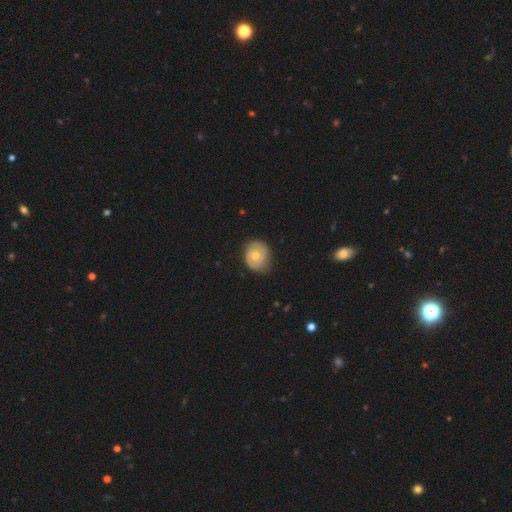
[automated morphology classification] Smooth or featured? smooth (59%)
How rounded? round (66%)
Merging? none (64%)